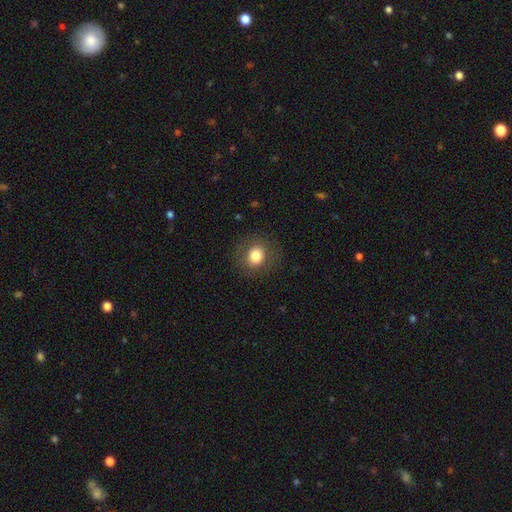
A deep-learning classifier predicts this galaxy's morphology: The model was most divided on "how rounded": round: 79%, in between: 20%, cigar-shaped: 1%. More confident: merging — none (87%); smooth or featured — smooth (79%).